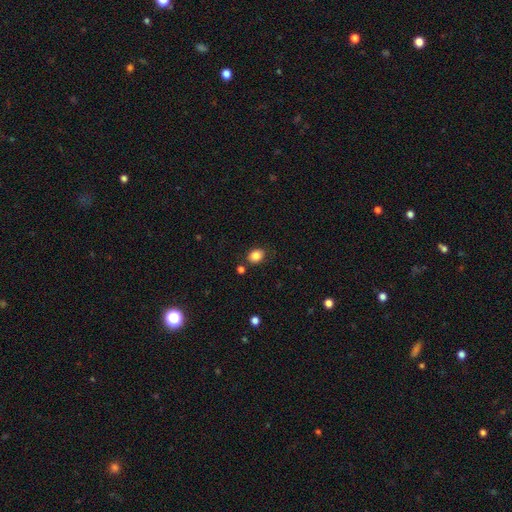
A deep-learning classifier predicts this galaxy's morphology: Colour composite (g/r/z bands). It shows a smooth galaxy with no disk features (85%) that is in between round and cigar-shaped (54%). Merging: none (79%).